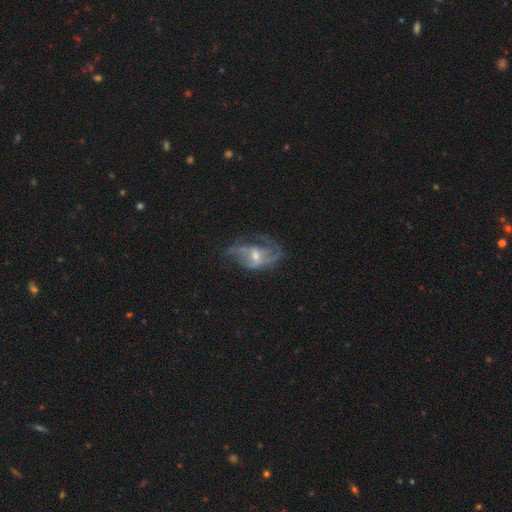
featured or disk 80%, smooth 10%, star or artifact 10%. Down the decision tree: edge-on disk — no (100%); bar — no (56%); spiral arms — yes (97%); spiral arm count — can't tell (39%); spiral winding — tight (45%); bulge size — small (50%); merging — none (61%).